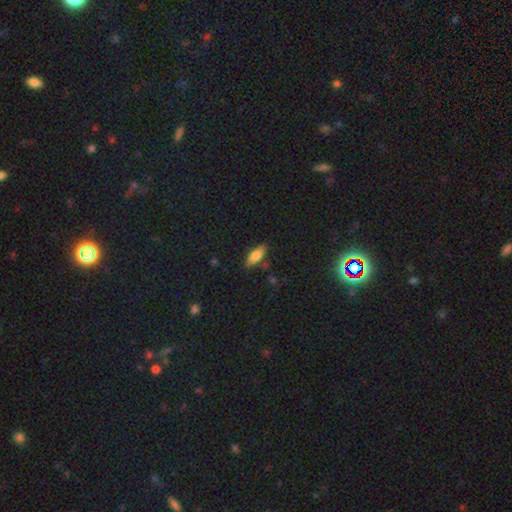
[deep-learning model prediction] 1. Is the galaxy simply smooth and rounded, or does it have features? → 72% smooth, 20% featured or disk, 8% star or artifact.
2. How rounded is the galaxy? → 64% in between, 33% cigar-shaped, 3% round.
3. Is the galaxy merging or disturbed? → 82% none, 13% minor disturbance, 3% major disturbance, 2% merger.